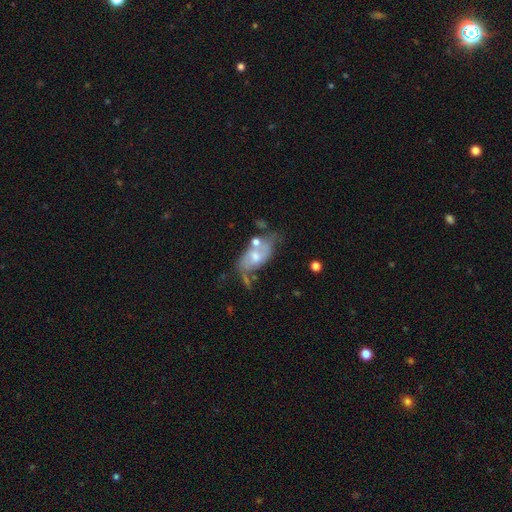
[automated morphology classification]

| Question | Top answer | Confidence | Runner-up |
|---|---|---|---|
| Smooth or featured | featured or disk | 60% | smooth (33%) |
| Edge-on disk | no | 93% | yes (7%) |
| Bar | no | 51% | weak (39%) |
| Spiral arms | yes | 65% | no (35%) |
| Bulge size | moderate | 56% | small (31%) |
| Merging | none | 37% | minor disturbance (24%) |